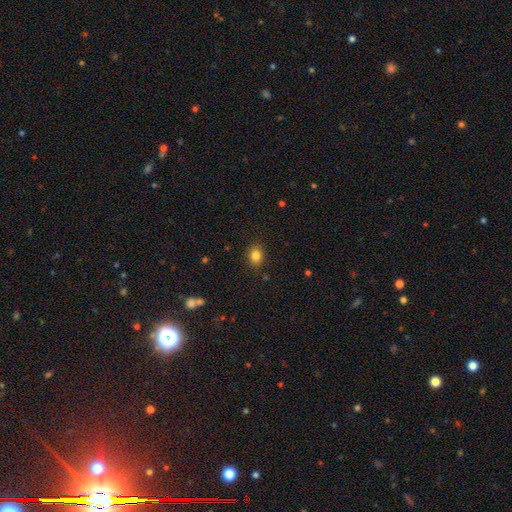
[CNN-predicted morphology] The model was most divided on "how rounded": in between: 50%, round: 49%, cigar-shaped: 1%. More confident: merging — none (87%); smooth or featured — smooth (83%).